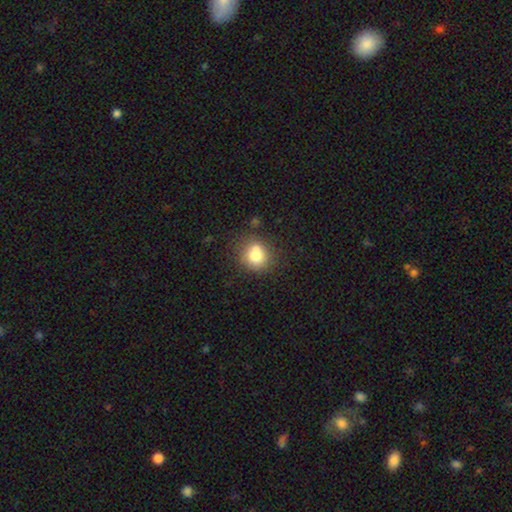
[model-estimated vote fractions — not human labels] smooth-or-featured: smooth: 76% | featured or disk: 13% | star or artifact: 11%
  how-rounded: round: 78% | in between: 21% | cigar-shaped: 1%
  merging: none: 62% | minor disturbance: 17% | merger: 16% | major disturbance: 6%